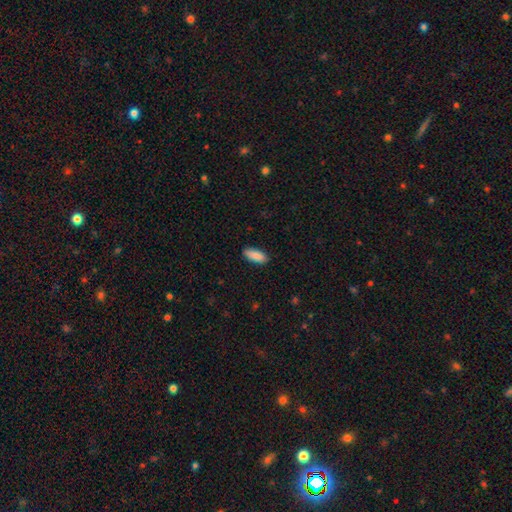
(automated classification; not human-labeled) Overall: smooth (89%). How rounded: in between (79%). Merging: none (88%).